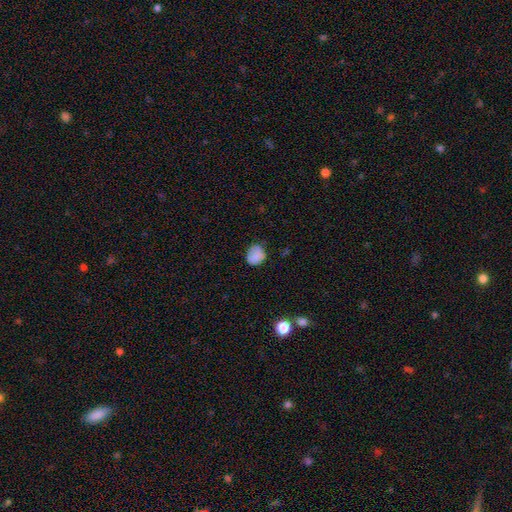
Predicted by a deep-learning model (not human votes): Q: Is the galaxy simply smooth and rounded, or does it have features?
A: smooth — 82%.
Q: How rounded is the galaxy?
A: round — 63%.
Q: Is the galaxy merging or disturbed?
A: none — 65%.